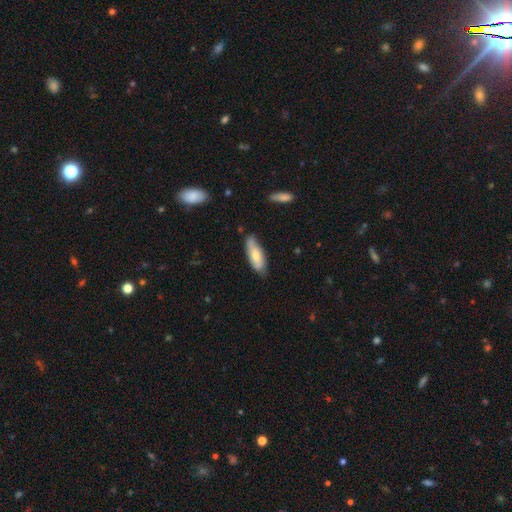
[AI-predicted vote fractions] This appears to be a smooth galaxy with no disk features (61%) that is in between round and cigar-shaped (66%). Merging: none (68%).